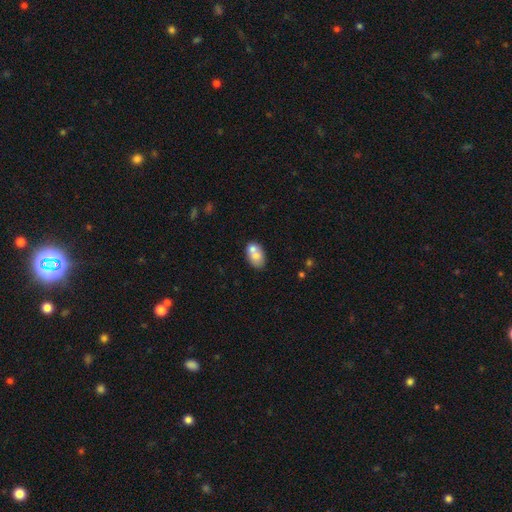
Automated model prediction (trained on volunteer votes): smooth-or-featured: smooth: 68% | featured or disk: 24% | star or artifact: 8%
  how-rounded: in between: 83% | round: 15% | cigar-shaped: 2%
  merging: merger: 45% | none: 40% | minor disturbance: 12% | major disturbance: 4%